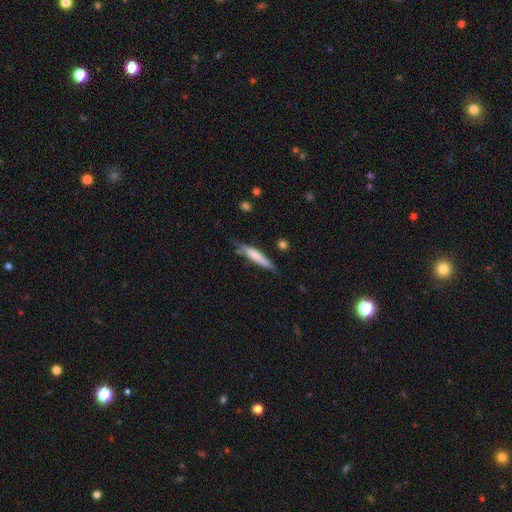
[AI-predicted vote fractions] Smooth or featured? Predicted: smooth (p=0.69). How rounded? Predicted: cigar-shaped (p=0.88). Merging? Predicted: none (p=0.66).